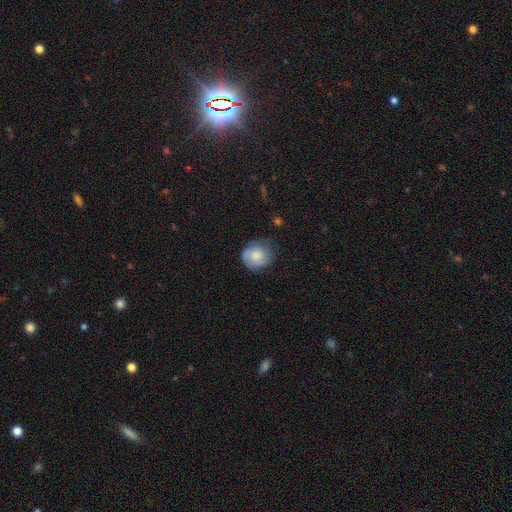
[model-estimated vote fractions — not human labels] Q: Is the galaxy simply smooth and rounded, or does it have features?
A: smooth — 71%.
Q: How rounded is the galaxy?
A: round — 83%.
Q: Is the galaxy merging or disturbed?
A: none — 63%.